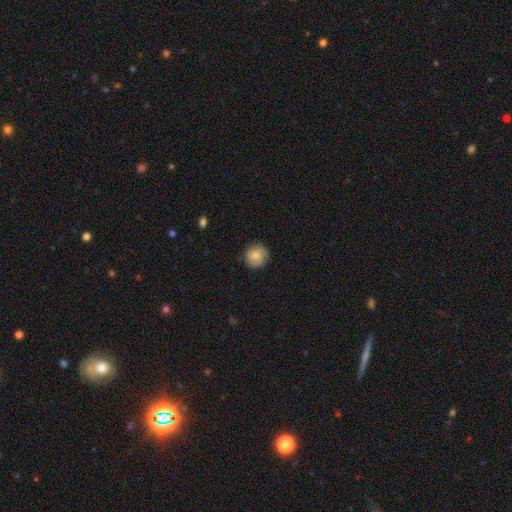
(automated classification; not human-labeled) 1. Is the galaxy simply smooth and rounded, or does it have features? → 73% smooth, 19% featured or disk, 7% star or artifact.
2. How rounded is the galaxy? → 90% round, 9% in between, 1% cigar-shaped.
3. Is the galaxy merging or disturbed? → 79% none, 16% minor disturbance, 4% major disturbance, 1% merger.